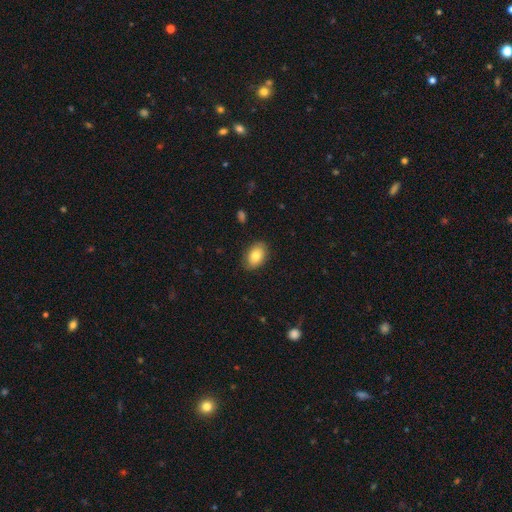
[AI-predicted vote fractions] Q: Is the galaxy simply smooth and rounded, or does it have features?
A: smooth — 78%.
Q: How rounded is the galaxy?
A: in between — 86%.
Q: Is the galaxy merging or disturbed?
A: none — 84%.